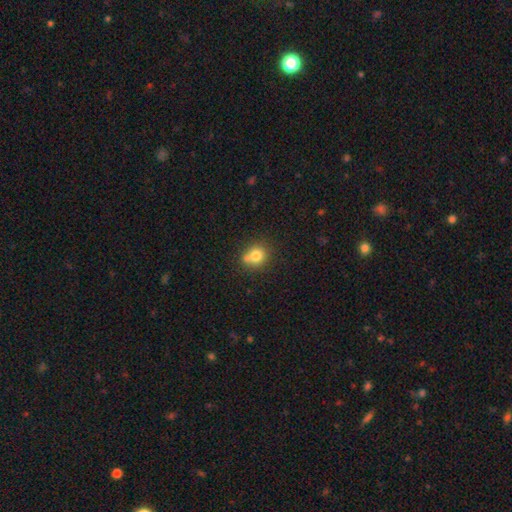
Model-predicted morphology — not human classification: Smooth or featured? smooth (77%)
How rounded? round (82%)
Merging? none (58%)